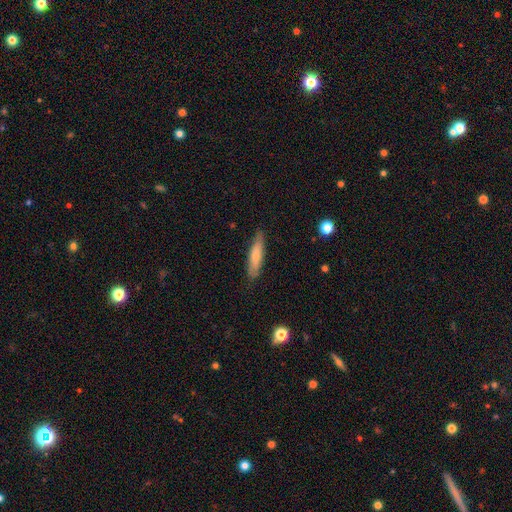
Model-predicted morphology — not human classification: smooth 72%, featured or disk 22%, star or artifact 6%. Down the decision tree: how rounded — cigar-shaped (78%); merging — none (82%).